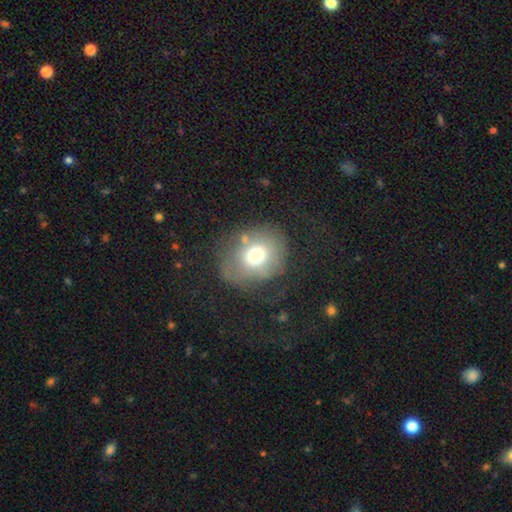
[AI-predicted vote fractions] A smooth galaxy with no disk features (64%) that is round (71%).

Vote fractions:
- Smooth or featured? smooth: 64% / featured or disk: 24% / star or artifact: 12%
- How rounded? round: 71% / in between: 29% / cigar-shaped: 1%
- Merging? none: 51% / minor disturbance: 23% / major disturbance: 22% / merger: 3%